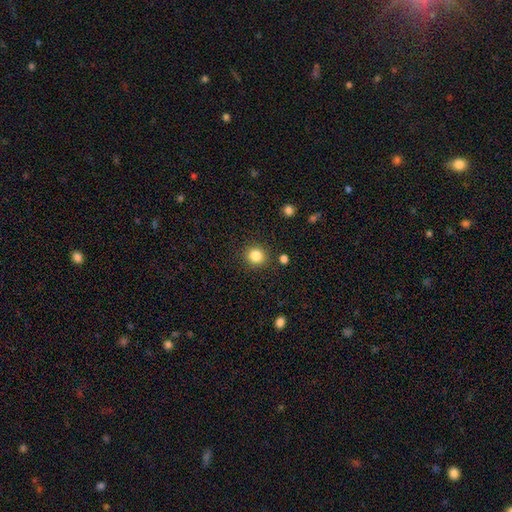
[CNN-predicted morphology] A smooth galaxy with no disk features (84%) that is round (88%).

Vote fractions:
- Smooth or featured? smooth: 84% / star or artifact: 11% / featured or disk: 4%
- How rounded? round: 88% / in between: 11% / cigar-shaped: 1%
- Merging? none: 88% / minor disturbance: 7% / major disturbance: 3% / merger: 2%